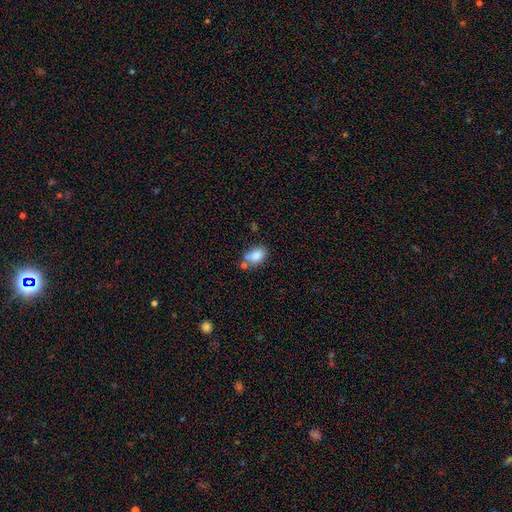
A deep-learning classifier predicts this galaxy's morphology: smooth_or_featured: smooth (p=0.81) [alt: featured or disk p=0.10]
how_rounded: in between (p=0.80) [alt: round p=0.19]
merging: none (p=0.54) [alt: merger p=0.22]